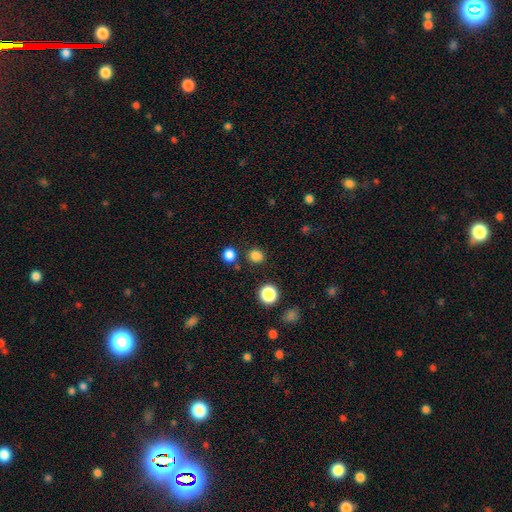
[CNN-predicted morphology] type=smooth (82%); roundness=round (84%); merging=none (85%).